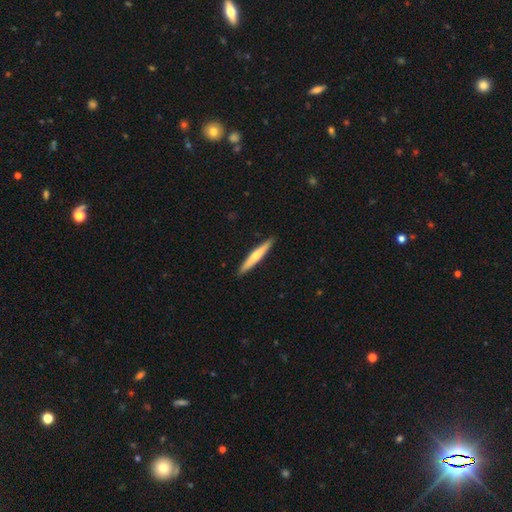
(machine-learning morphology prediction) Overall: smooth (51%; featured or disk 44%). How rounded: cigar-shaped (94%). Merging: none (91%).